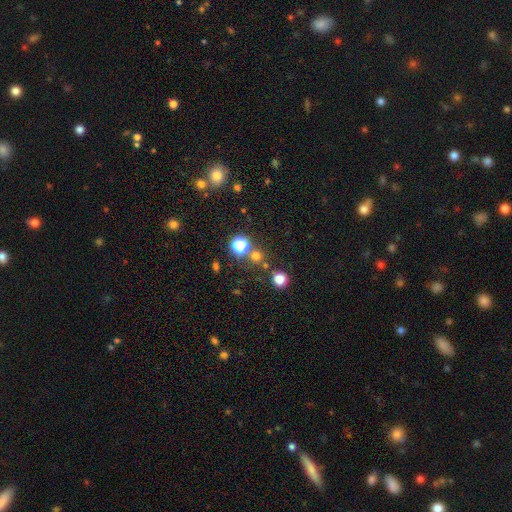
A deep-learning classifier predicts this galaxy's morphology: Smooth or featured? smooth (63%)
How rounded? round (91%)
Merging? none (73%)